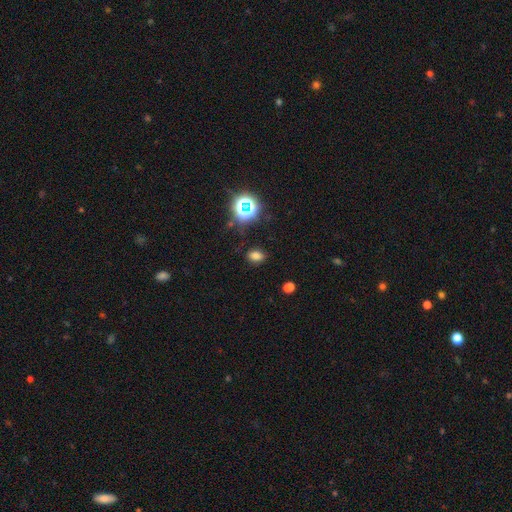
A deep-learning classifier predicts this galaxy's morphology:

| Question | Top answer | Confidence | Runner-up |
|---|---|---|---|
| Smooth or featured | smooth | 69% | star or artifact (24%) |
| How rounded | in between | 74% | round (24%) |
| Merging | none | 83% | minor disturbance (11%) |